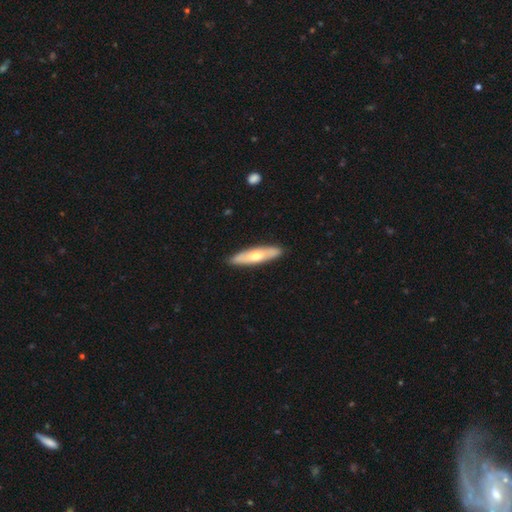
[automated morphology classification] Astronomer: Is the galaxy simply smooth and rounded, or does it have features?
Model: smooth — 50% (runner-up: featured or disk, 45%).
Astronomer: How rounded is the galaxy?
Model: cigar-shaped — 70%.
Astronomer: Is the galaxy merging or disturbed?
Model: none — 89%.